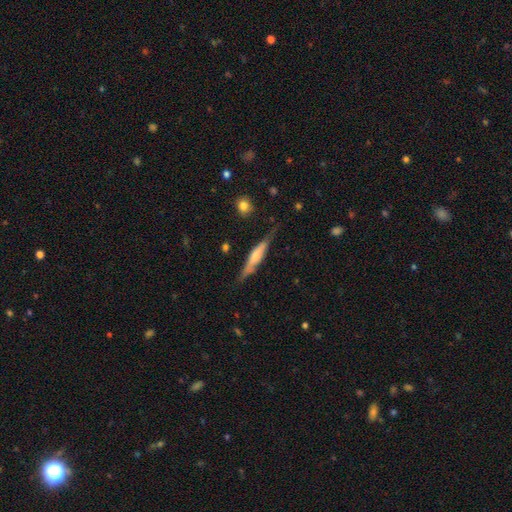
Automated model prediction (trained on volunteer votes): Q: Smooth or featured?
A: featured or disk (54%); runner-up: smooth (40%)
Q: Edge-on disk?
A: yes (91%); runner-up: no (9%)
Q: Merging?
A: none (69%); runner-up: minor disturbance (22%)